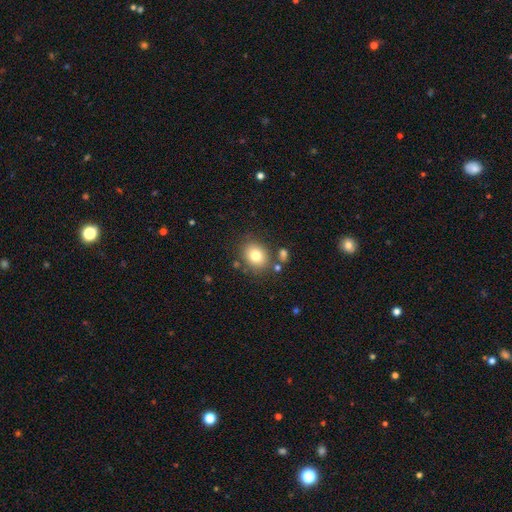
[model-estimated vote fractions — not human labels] This is likely a smooth galaxy (79%). How rounded: possibly round (55%). Merging: likely none (78%).